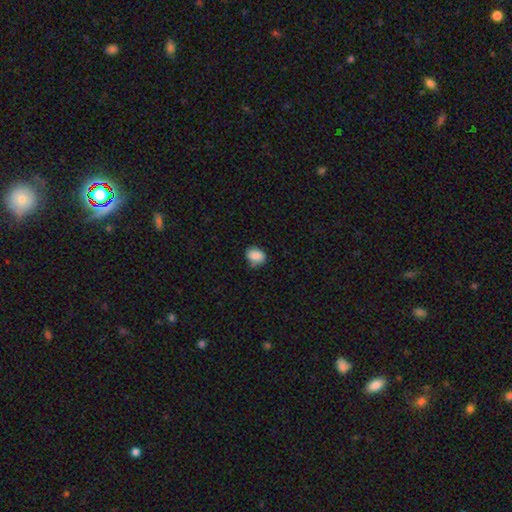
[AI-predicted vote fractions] smooth-or-featured: smooth: 87% | star or artifact: 8% | featured or disk: 5%
  how-rounded: in between: 68% | round: 31% | cigar-shaped: 1%
  merging: none: 72% | minor disturbance: 20% | merger: 4% | major disturbance: 4%